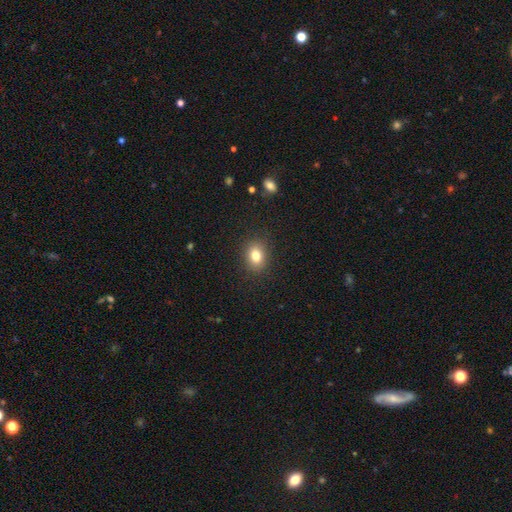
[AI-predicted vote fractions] smooth_or_featured: smooth (p=0.80) [alt: star or artifact p=0.11]
how_rounded: in between (p=0.54) [alt: round p=0.45]
merging: none (p=0.88) [alt: minor disturbance p=0.08]